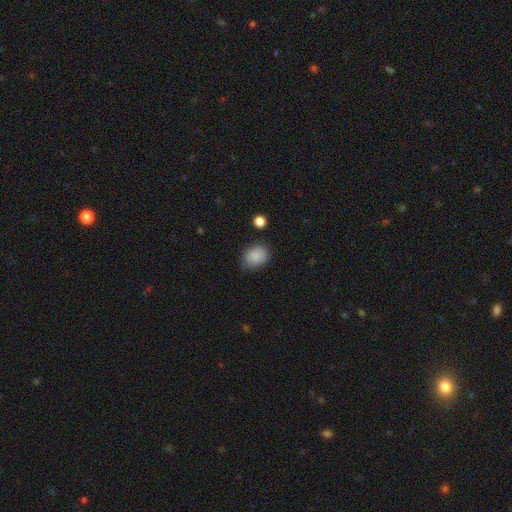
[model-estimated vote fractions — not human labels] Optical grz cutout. It shows a smooth galaxy with no disk features (86%) that is in between round and cigar-shaped (60%). Merging: none (70%).